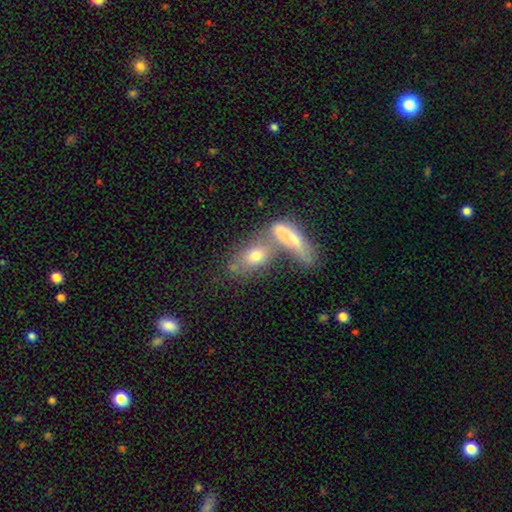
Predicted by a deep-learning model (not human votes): smooth 67%, featured or disk 24%, star or artifact 9%. Down the decision tree: how rounded — in between (72%); merging — merger (49%).